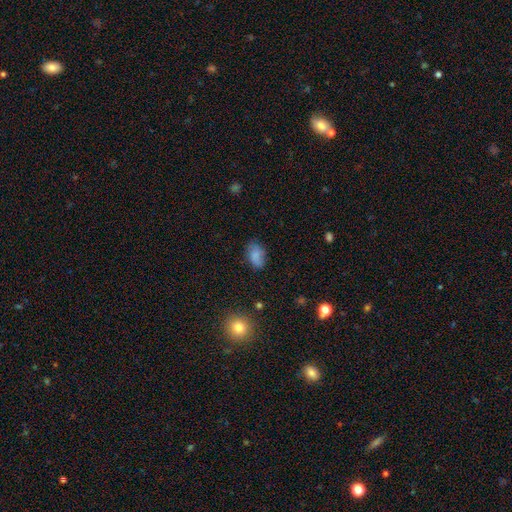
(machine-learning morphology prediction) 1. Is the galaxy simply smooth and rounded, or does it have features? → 81% smooth, 10% star or artifact, 9% featured or disk.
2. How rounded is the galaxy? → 90% in between, 9% round, 2% cigar-shaped.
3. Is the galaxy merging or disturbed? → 70% none, 22% minor disturbance, 6% major disturbance, 2% merger.